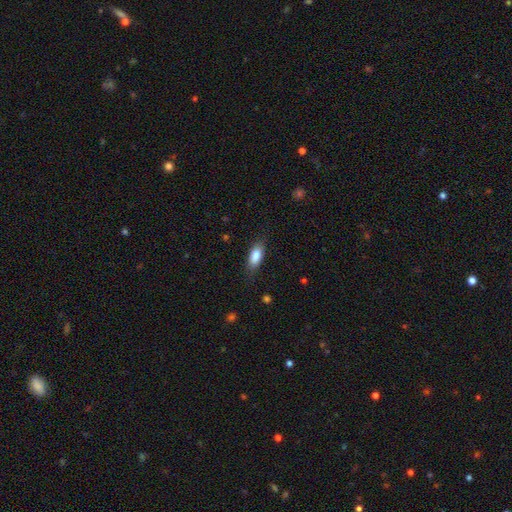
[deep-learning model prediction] smooth_or_featured: smooth (p=0.85) [alt: featured or disk p=0.08]
how_rounded: in between (p=0.80) [alt: cigar-shaped p=0.18]
merging: none (p=0.78) [alt: minor disturbance p=0.16]